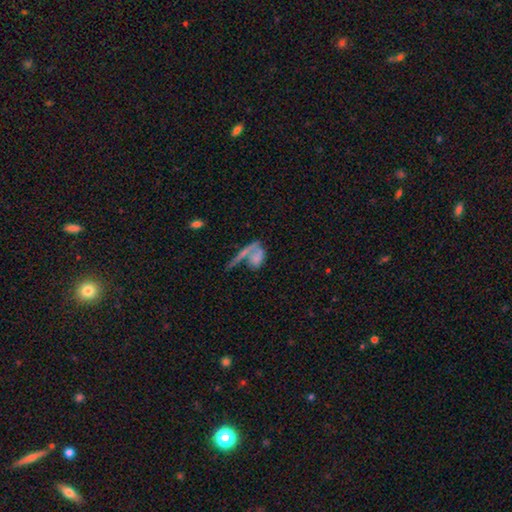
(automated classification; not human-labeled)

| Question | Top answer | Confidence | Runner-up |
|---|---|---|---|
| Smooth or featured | smooth | 57% | featured or disk (31%) |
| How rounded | in between | 67% | round (18%) |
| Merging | merger | 42% | none (31%) |